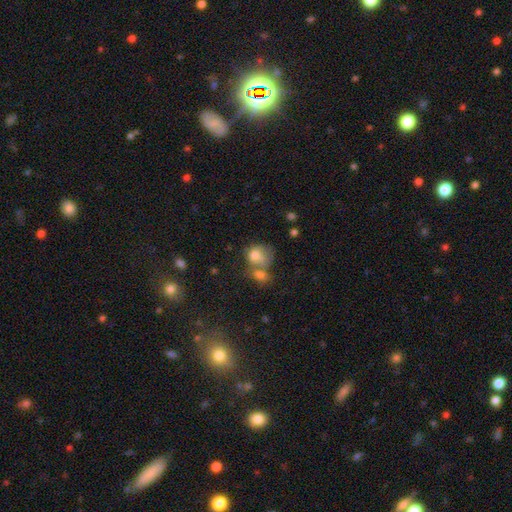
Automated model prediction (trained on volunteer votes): smooth 74%, featured or disk 16%, star or artifact 10%. Down the decision tree: how rounded — round (53%); merging — merger (52%).